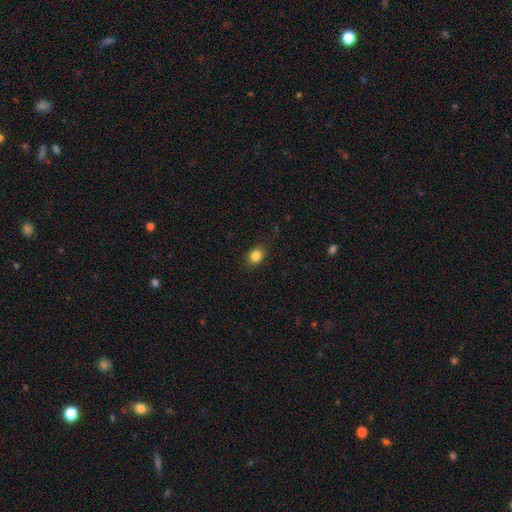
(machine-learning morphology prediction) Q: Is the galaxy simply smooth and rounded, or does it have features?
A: smooth — 84%.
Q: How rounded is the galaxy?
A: in between — 52%.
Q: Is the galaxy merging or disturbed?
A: none — 86%.